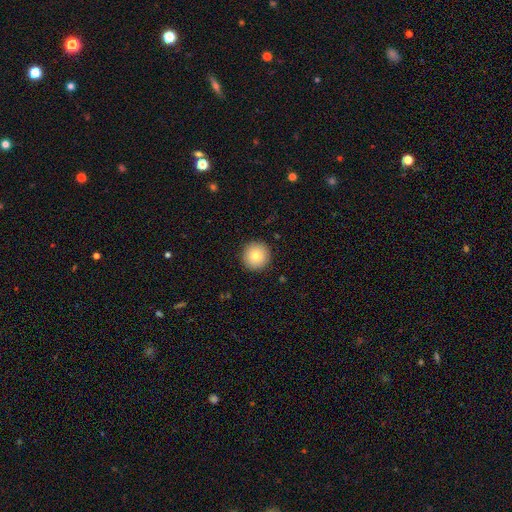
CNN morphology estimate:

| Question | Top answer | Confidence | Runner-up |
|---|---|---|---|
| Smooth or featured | smooth | 80% | featured or disk (11%) |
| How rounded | round | 96% | in between (3%) |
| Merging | none | 91% | minor disturbance (6%) |